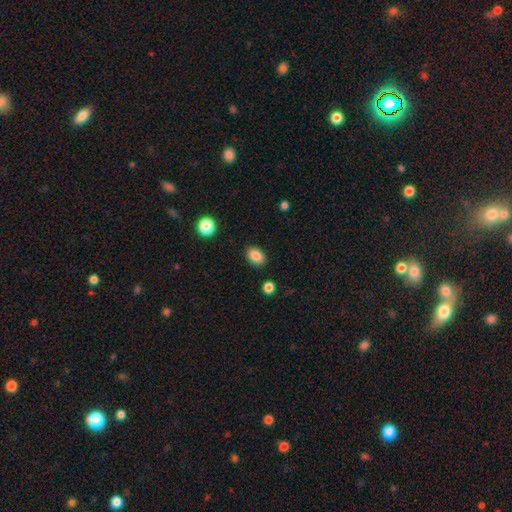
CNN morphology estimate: Smooth or featured? Predicted: smooth (p=0.87). How rounded? Predicted: in between (p=0.84). Merging? Predicted: none (p=0.86).